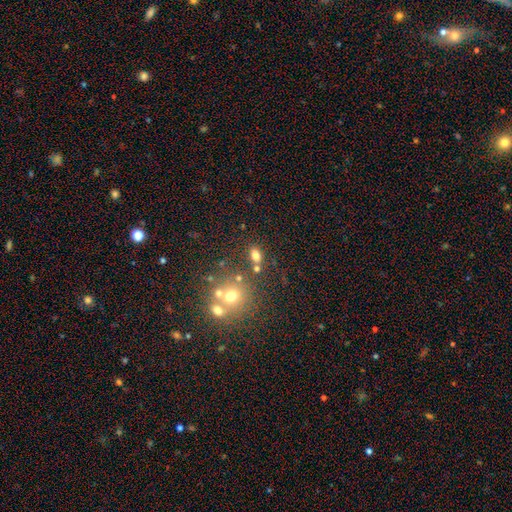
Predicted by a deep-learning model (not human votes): smooth_or_featured: smooth (p=0.73) [alt: star or artifact p=0.15]
how_rounded: in between (p=0.74) [alt: round p=0.23]
merging: none (p=0.67) [alt: merger p=0.16]